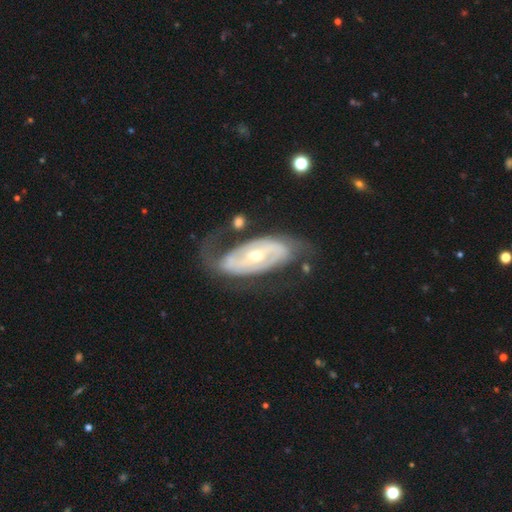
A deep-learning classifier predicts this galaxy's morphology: This appears to be a featured or disk galaxy (84%) with a strong bar (34%, tied with no), 2 (73%) tight (41%) spiral arms (82%) and a moderate central bulge (48%, tied with small). Merging: none (54%).